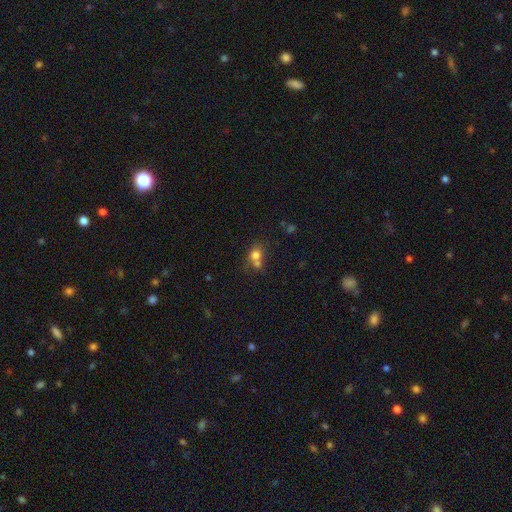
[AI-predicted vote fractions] Morphology: type=smooth (74%); roundness=round (68%); merging=merger (51%).